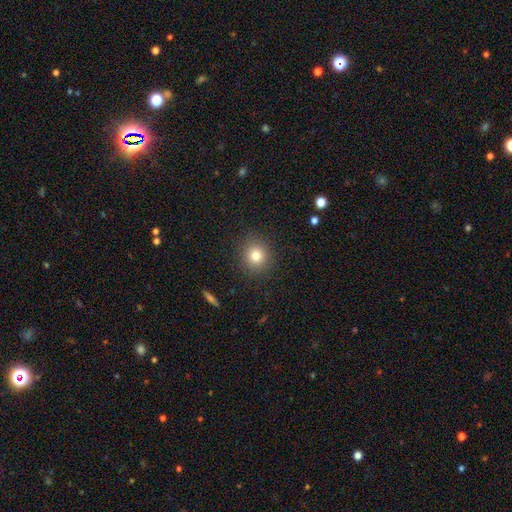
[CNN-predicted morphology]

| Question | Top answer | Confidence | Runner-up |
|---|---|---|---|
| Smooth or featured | smooth | 79% | star or artifact (13%) |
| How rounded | round | 89% | in between (10%) |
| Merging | none | 89% | minor disturbance (7%) |